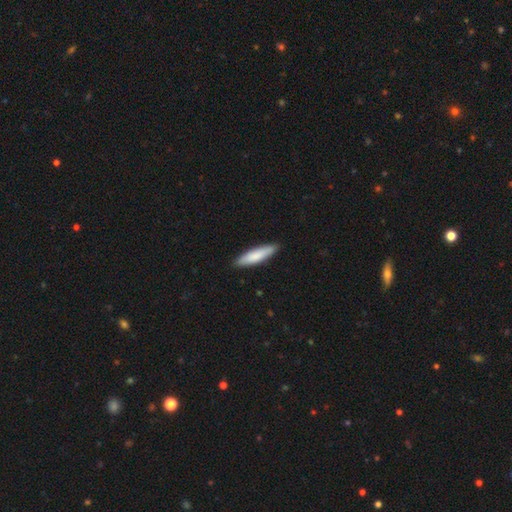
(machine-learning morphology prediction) Overall: smooth (80%). How rounded: cigar-shaped (76%). Merging: none (89%).